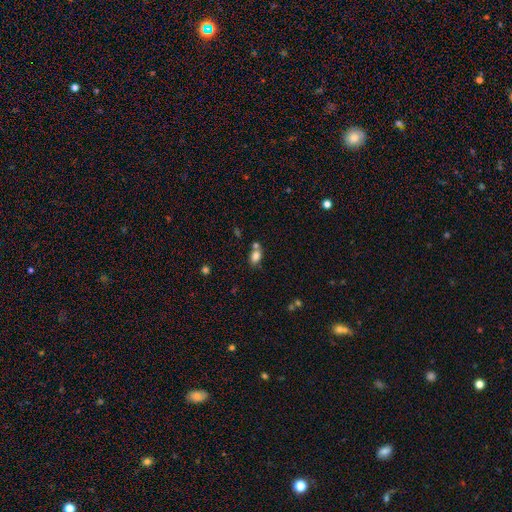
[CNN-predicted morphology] This is clearly a smooth galaxy (81%). How rounded: likely in between (80%). Merging: possibly none (54%).